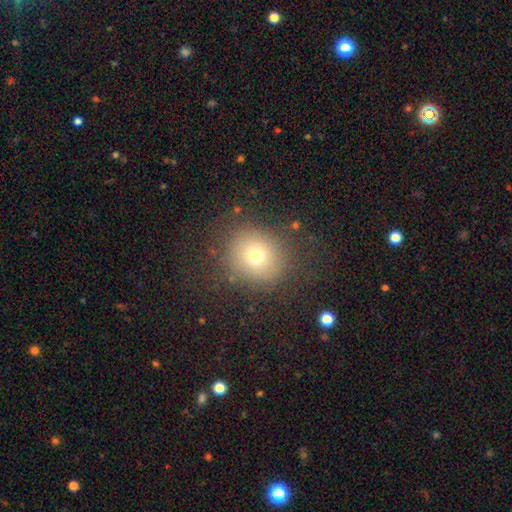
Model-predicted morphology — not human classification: Q: Smooth or featured?
A: smooth (71%); runner-up: star or artifact (17%)
Q: How rounded?
A: round (86%); runner-up: in between (13%)
Q: Merging?
A: none (82%); runner-up: minor disturbance (10%)